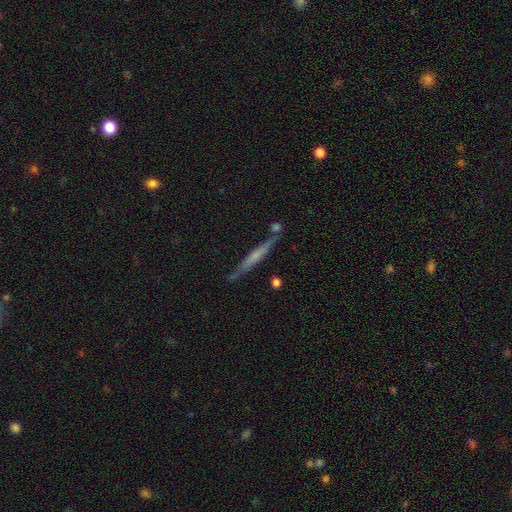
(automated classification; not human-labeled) The model was most divided on "smooth or featured": featured or disk: 55%, smooth: 38%, star or artifact: 6%. More confident: edge-on disk — yes (95%); merging — none (78%); edge-on bulge — none (57%).